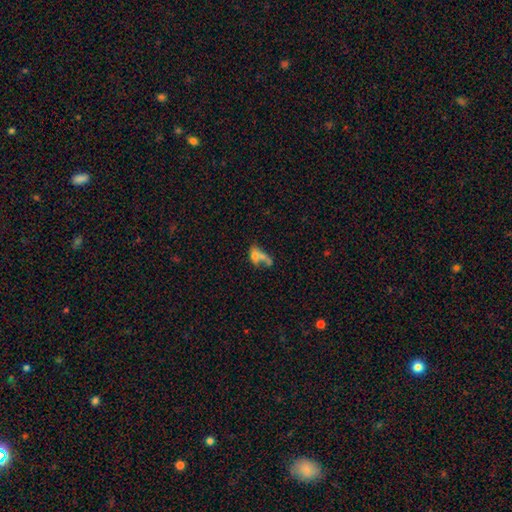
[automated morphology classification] Smooth or featured? Predicted: smooth (p=0.57). How rounded? Predicted: in between (p=0.75). Merging? Predicted: merger (p=0.57).